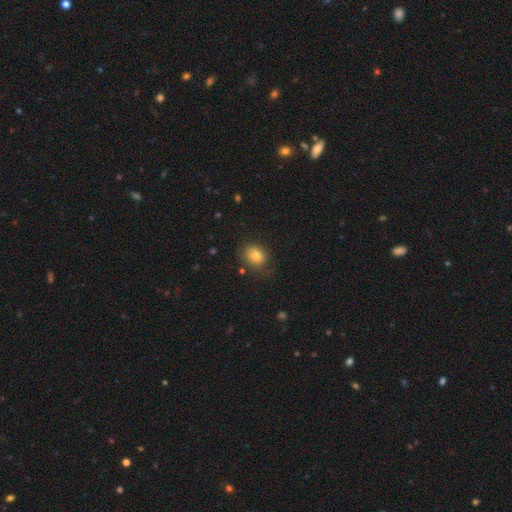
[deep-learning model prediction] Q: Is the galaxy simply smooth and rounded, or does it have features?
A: smooth — 79%.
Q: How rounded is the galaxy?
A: in between — 50%.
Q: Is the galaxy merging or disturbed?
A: none — 70%.